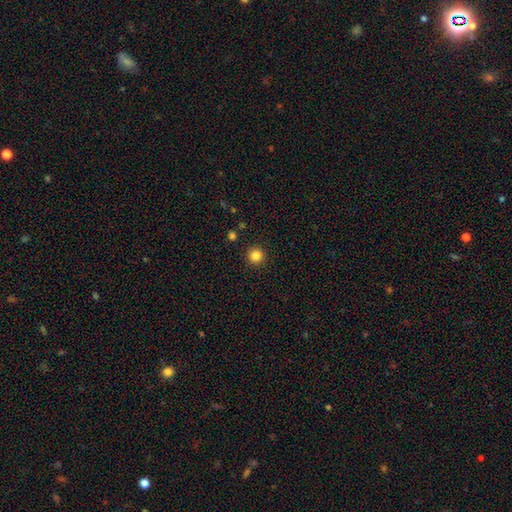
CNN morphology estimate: This appears to be a smooth galaxy with no disk features (84%) that is round (95%). Merging: none (92%).